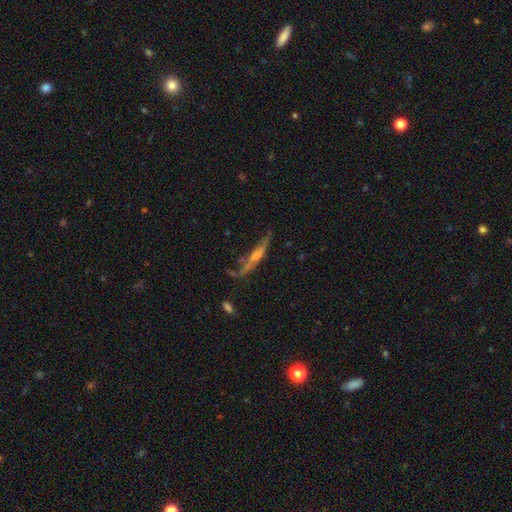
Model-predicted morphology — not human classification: The model was most divided on "smooth or featured": featured or disk: 52%, smooth: 38%, star or artifact: 10%. Remaining: edge-on disk — yes (78%); merging — none (47%).